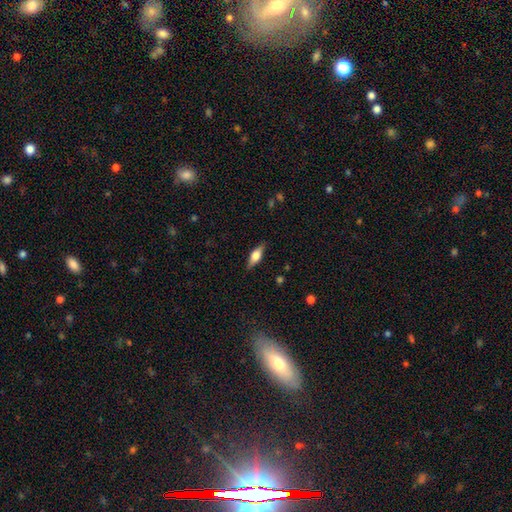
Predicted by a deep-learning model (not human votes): Smooth or featured?
  - featured or disk: 48% *
  - smooth: 46%
  - star or artifact: 7%
Merging?
  - none: 86% *
  - minor disturbance: 11%
  - major disturbance: 2%
  - merger: 1%